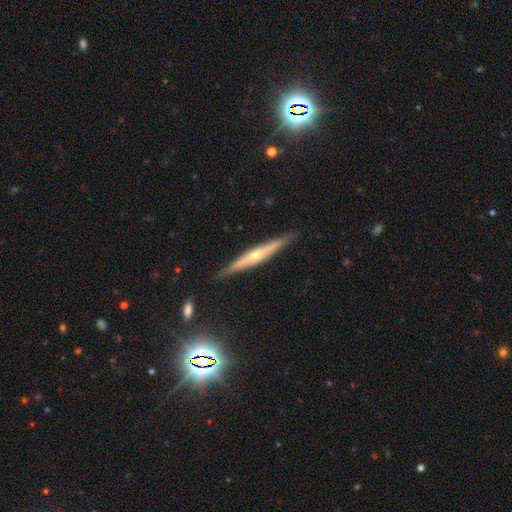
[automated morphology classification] type=featured or disk (70%); edge-on=yes (96%); edge-on bulge=rounded (78%); merging=none (89%).